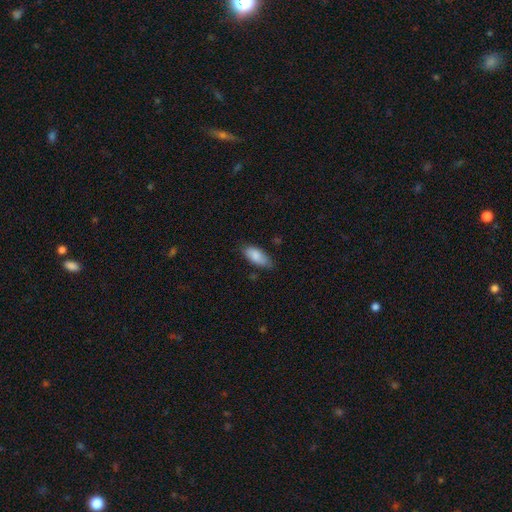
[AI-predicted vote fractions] The model was most divided on "merging": none: 75%, minor disturbance: 20%, major disturbance: 3%, merger: 1%. More confident: smooth or featured — smooth (86%); how rounded — in between (85%).